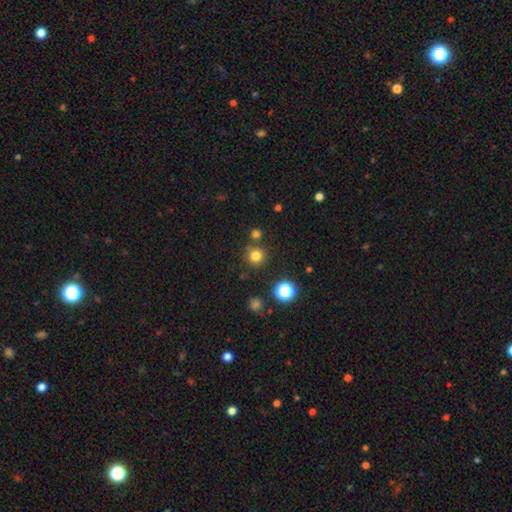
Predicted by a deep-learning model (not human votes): Morphology: type=smooth (78%); roundness=round (95%); merging=none (83%).